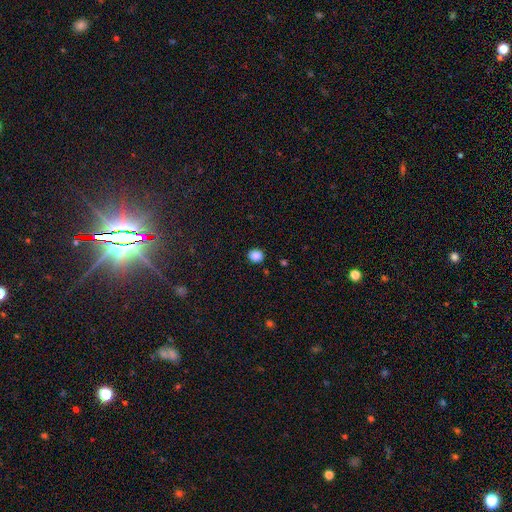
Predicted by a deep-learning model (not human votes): Smooth or featured? Predicted: smooth (p=0.87). How rounded? Predicted: round (p=0.75). Merging? Predicted: none (p=0.89).